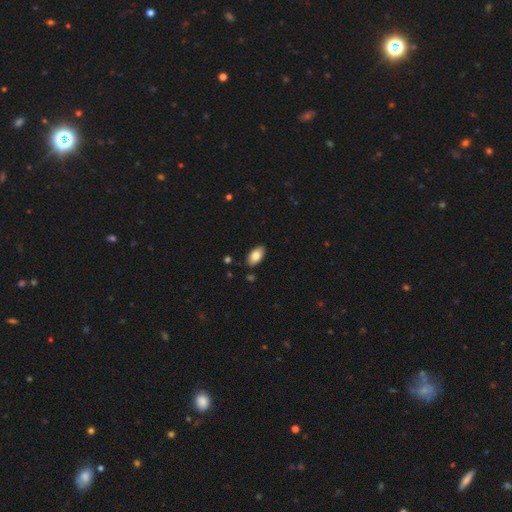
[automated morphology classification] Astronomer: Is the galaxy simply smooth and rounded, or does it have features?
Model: smooth — 82%.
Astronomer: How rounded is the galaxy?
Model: in between — 94%.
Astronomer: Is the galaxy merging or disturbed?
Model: none — 87%.